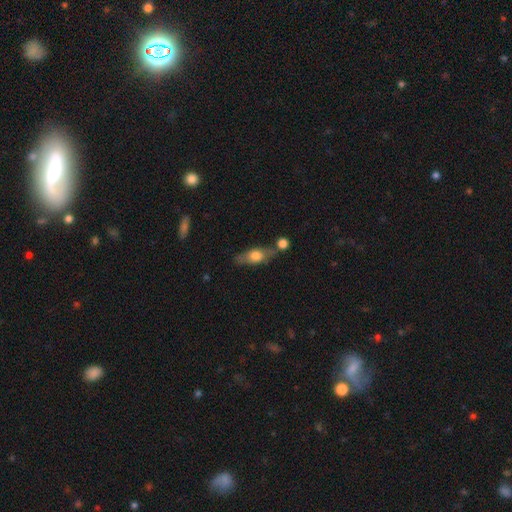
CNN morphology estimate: smooth-or-featured: smooth: 55% | featured or disk: 38% | star or artifact: 7%
  how-rounded: in between: 60% | cigar-shaped: 32% | round: 7%
  merging: none: 58% | merger: 20% | minor disturbance: 16% | major disturbance: 6%